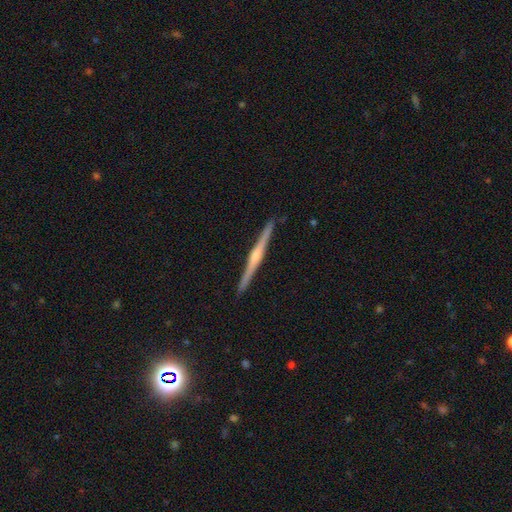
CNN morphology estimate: Smooth or featured? Predicted: featured or disk (p=0.79). Edge-on disk? Predicted: yes (p=0.98). Edge-on bulge? Predicted: rounded (p=0.73). Merging? Predicted: none (p=0.92).